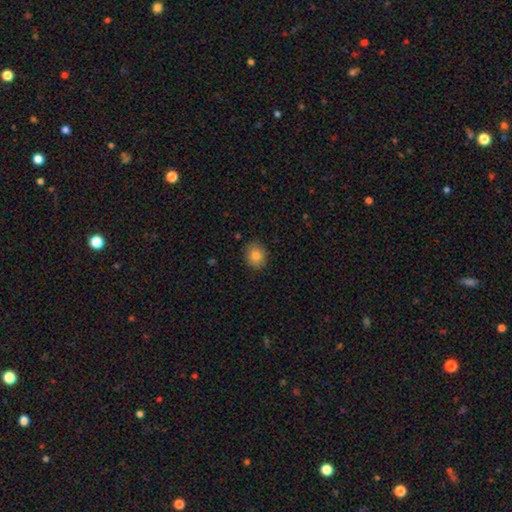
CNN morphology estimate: smooth-or-featured: smooth: 83% | star or artifact: 10% | featured or disk: 8%
  how-rounded: round: 71% | in between: 28% | cigar-shaped: 1%
  merging: none: 87% | minor disturbance: 10% | major disturbance: 2% | merger: 1%